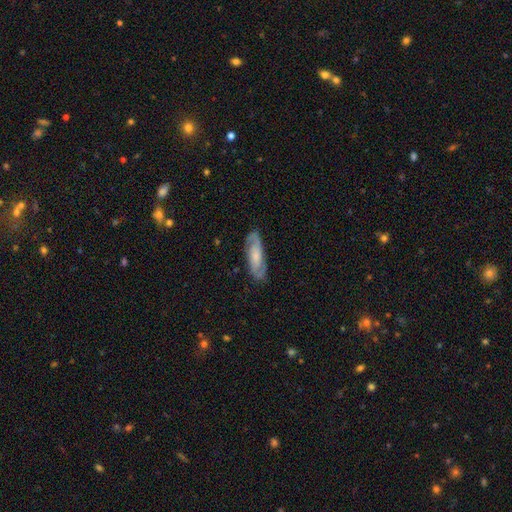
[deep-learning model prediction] featured or disk 72%, smooth 22%, star or artifact 6%. Down the decision tree: edge-on disk — no (85%); bar — no (57%); spiral arms — yes (93%); spiral arm count — 2 (82%); spiral winding — medium (44%); bulge size — small (42%); merging — none (82%).